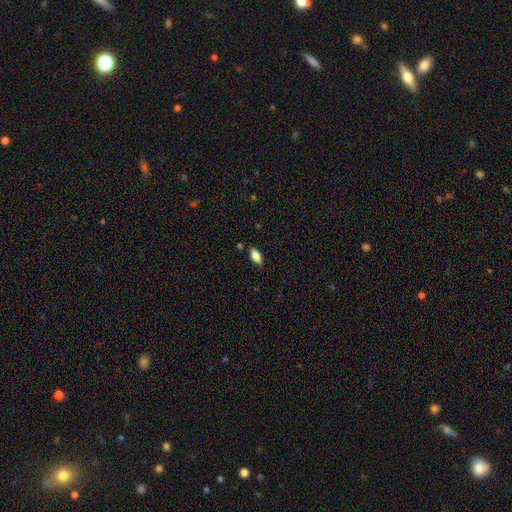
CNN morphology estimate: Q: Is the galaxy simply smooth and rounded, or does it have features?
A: smooth — 78%.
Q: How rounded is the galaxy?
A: in between — 88%.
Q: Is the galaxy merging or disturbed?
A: none — 84%.